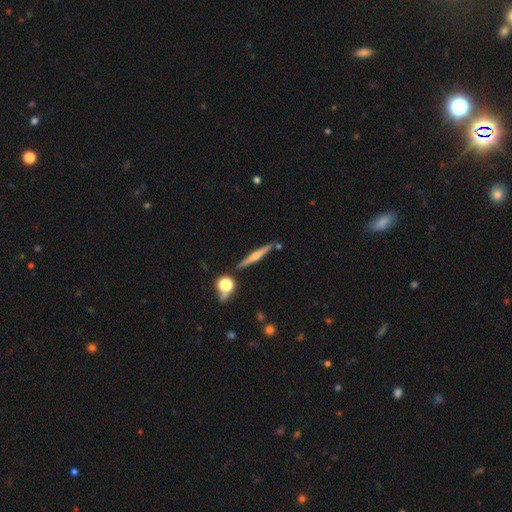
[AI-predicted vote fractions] Smooth or featured? Predicted: featured or disk (p=0.66). Edge-on disk? Predicted: yes (p=0.97). Edge-on bulge? Predicted: rounded (p=0.86). Merging? Predicted: none (p=0.84).